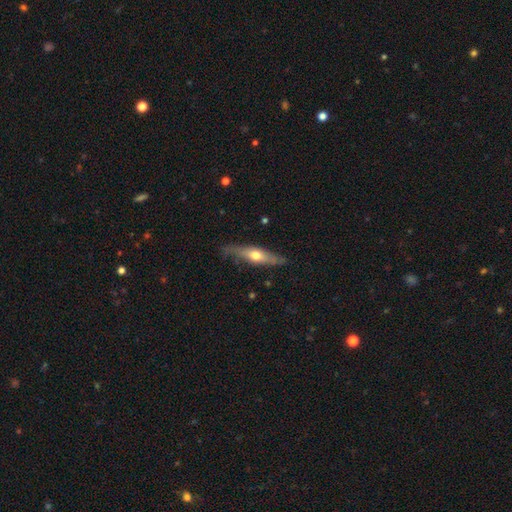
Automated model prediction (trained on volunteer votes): A featured or disk galaxy (52%) viewed edge-on (82%).

Vote fractions:
- Smooth or featured? featured or disk: 52% / smooth: 42% / star or artifact: 5%
- Edge-on disk? yes: 82% / no: 18%
- Merging? none: 73% / minor disturbance: 21% / major disturbance: 5% / merger: 2%